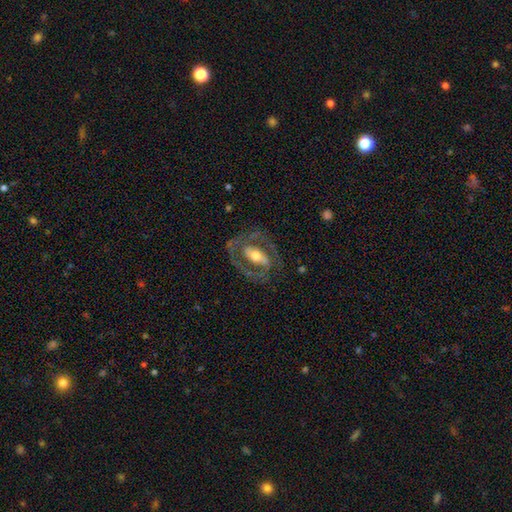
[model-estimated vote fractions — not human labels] Smooth or featured?
  - featured or disk: 80% *
  - smooth: 15%
  - star or artifact: 5%
Edge-on disk?
  - no: 94% *
  - yes: 6%
Bar?
  - strong: 42% *
  - weak: 31%
  - no: 27%
Spiral arms?
  - yes: 78% *
  - no: 22%
Spiral winding?
  - medium: 48% *
  - tight: 38%
  - loose: 15%
Spiral arm count?
  - 2: 82% *
  - can't tell: 8%
  - 1: 6%
  - 3: 2%
  - 4: 1%
  - more than 4: 1%
Bulge size?
  - moderate: 62% *
  - small: 21%
  - large: 13%
  - none: 1%
  - dominant: 1%
Merging?
  - none: 71% *
  - minor disturbance: 15%
  - major disturbance: 12%
  - merger: 2%